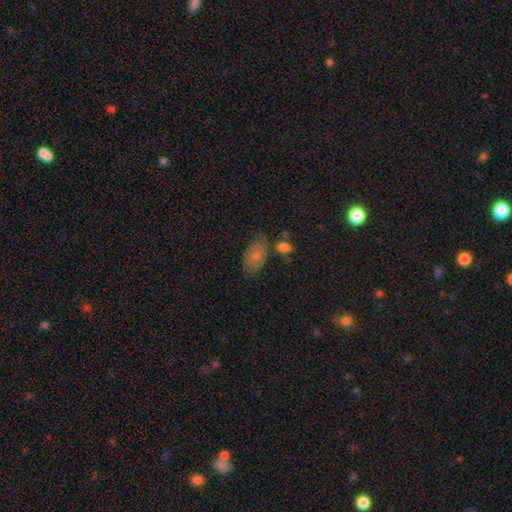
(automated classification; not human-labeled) A smooth galaxy with no disk features (74%) that is in between round and cigar-shaped (92%). Merging: none (56%).